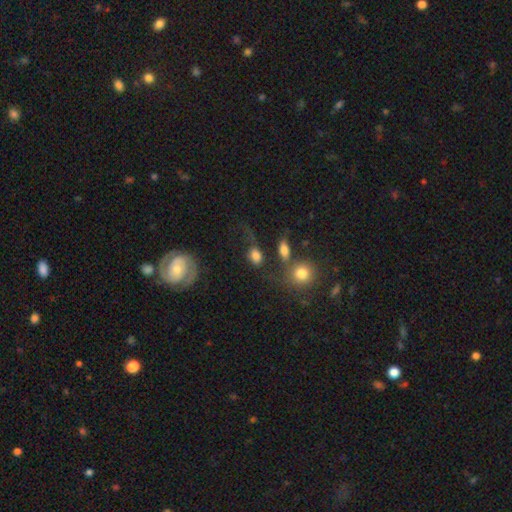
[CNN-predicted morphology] Q: Smooth or featured?
A: smooth (76%); runner-up: featured or disk (14%)
Q: How rounded?
A: in between (71%); runner-up: round (26%)
Q: Merging?
A: none (44%); runner-up: major disturbance (22%)